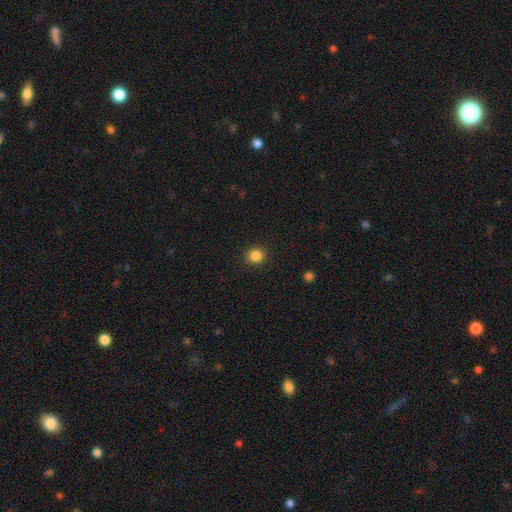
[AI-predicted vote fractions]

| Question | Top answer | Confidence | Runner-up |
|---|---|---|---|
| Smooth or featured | smooth | 85% | star or artifact (11%) |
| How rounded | round | 88% | in between (11%) |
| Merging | none | 91% | minor disturbance (6%) |